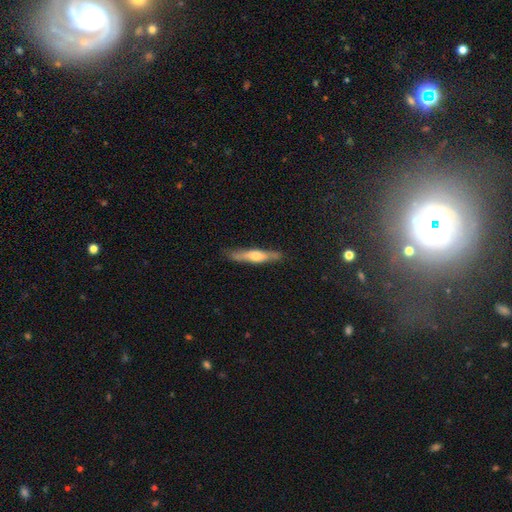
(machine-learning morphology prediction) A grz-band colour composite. It shows a featured or disk galaxy (55%) viewed edge-on (91%). Merging: none (84%).